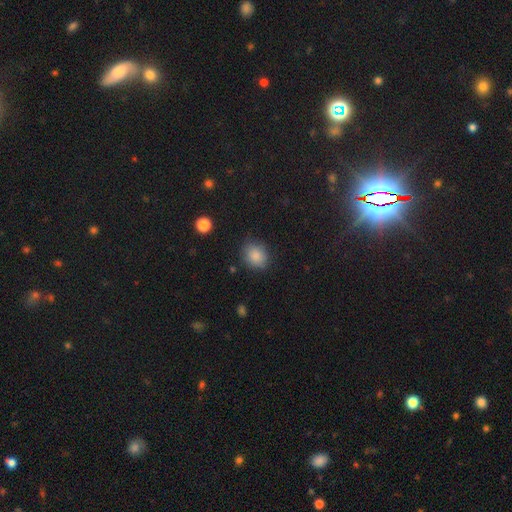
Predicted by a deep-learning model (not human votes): This appears to be a smooth galaxy with no disk features (86%) that is round (57%). Merging: none (77%).